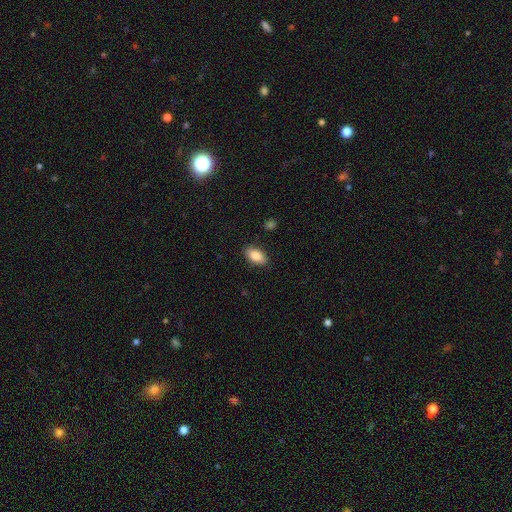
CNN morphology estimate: smooth 86%, featured or disk 7%, star or artifact 7%. Down the decision tree: how rounded — in between (92%); merging — none (87%).